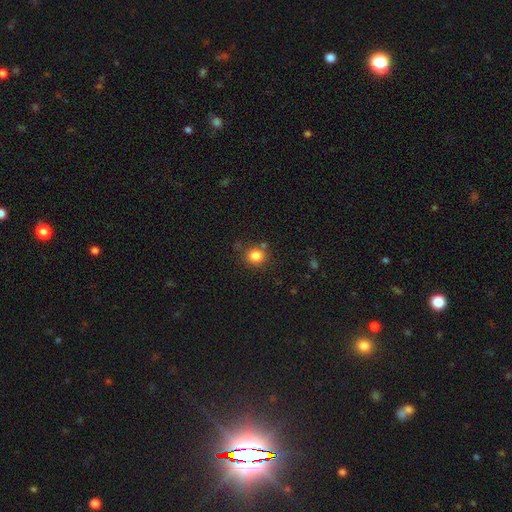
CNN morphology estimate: Smooth or featured?
  - smooth: 84% *
  - star or artifact: 11%
  - featured or disk: 5%
How rounded?
  - round: 79% *
  - in between: 20%
  - cigar-shaped: 1%
Merging?
  - none: 78% *
  - minor disturbance: 11%
  - merger: 7%
  - major disturbance: 3%